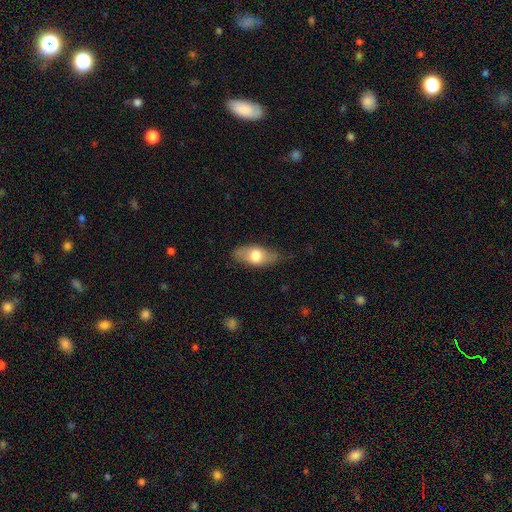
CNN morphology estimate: Q: Smooth or featured?
A: smooth (67%); runner-up: featured or disk (27%)
Q: How rounded?
A: in between (86%); runner-up: cigar-shaped (10%)
Q: Merging?
A: none (76%); runner-up: minor disturbance (19%)